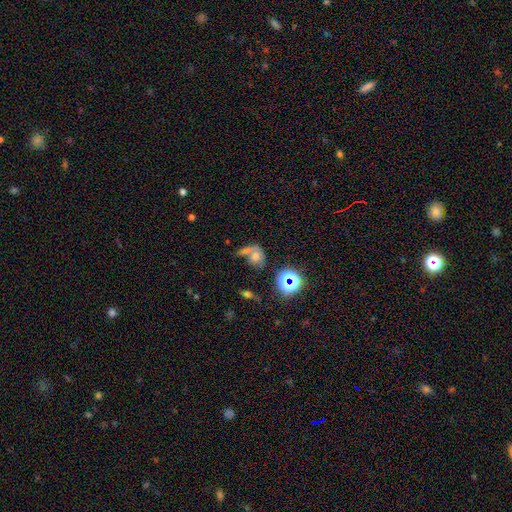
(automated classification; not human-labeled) Smooth or featured? Predicted: smooth (p=0.56). How rounded? Predicted: round (p=0.52). Merging? Predicted: merger (p=0.44).